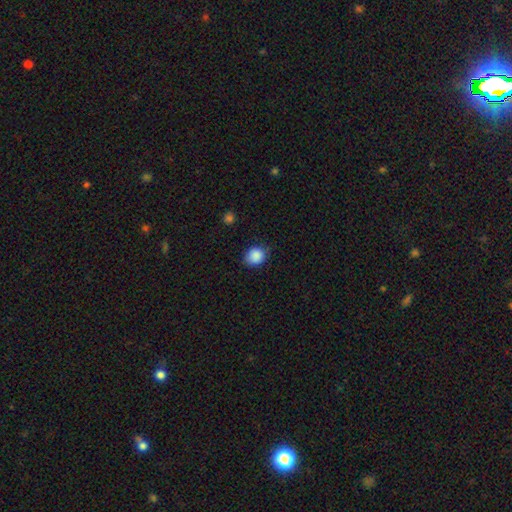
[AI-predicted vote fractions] Q: Smooth or featured?
A: smooth (88%); runner-up: star or artifact (8%)
Q: How rounded?
A: round (67%); runner-up: in between (32%)
Q: Merging?
A: none (77%); runner-up: minor disturbance (18%)